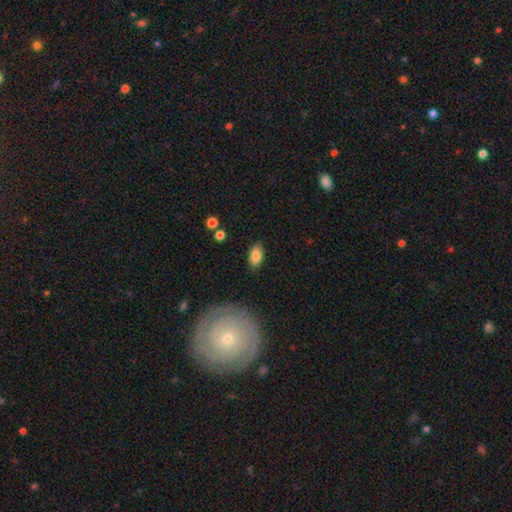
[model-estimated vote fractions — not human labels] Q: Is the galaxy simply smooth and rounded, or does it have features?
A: smooth — 84%.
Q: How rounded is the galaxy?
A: in between — 91%.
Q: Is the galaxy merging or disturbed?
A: none — 84%.